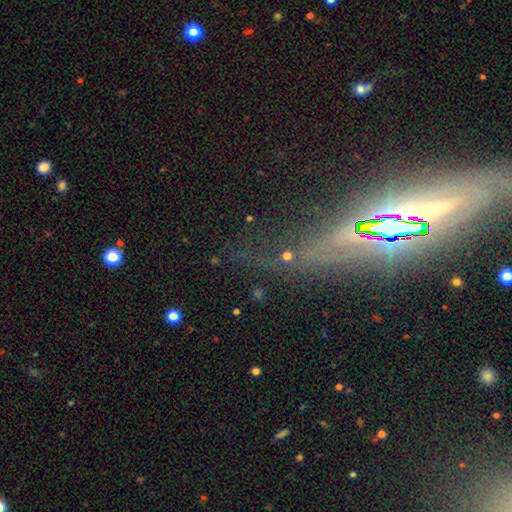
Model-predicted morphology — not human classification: smooth_or_featured: star or artifact (p=0.57) [alt: featured or disk p=0.28]